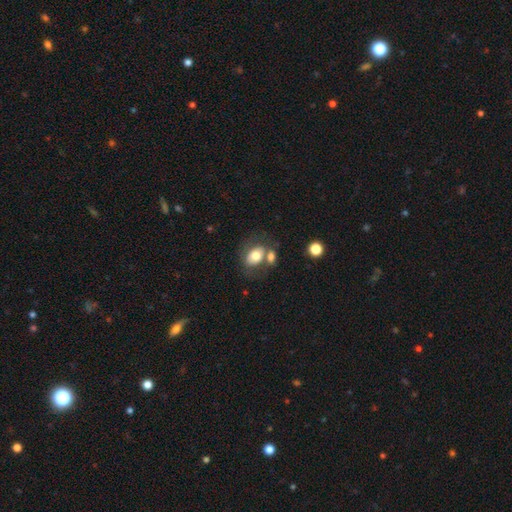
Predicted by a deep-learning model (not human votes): The model was most divided on "merging": none: 45%, merger: 33%, minor disturbance: 14%, major disturbance: 8%. More confident: how rounded — in between (79%); smooth or featured — smooth (70%).